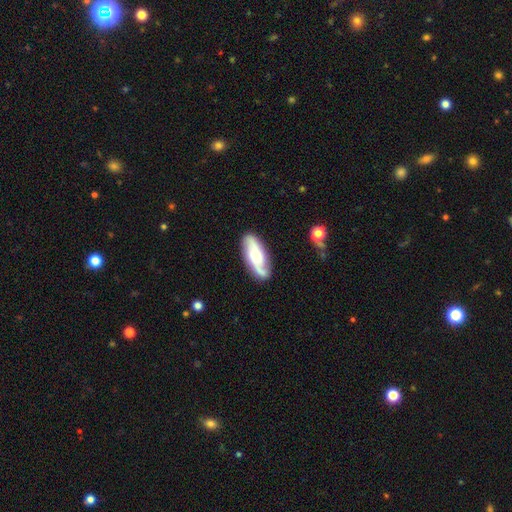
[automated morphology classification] type=featured or disk (68%); edge-on=no (90%); bar=no (53%); spiral arms=yes (93%); winding=loose (41%); arm count=2 (82%); bulge=moderate (41%); merging=none (78%).